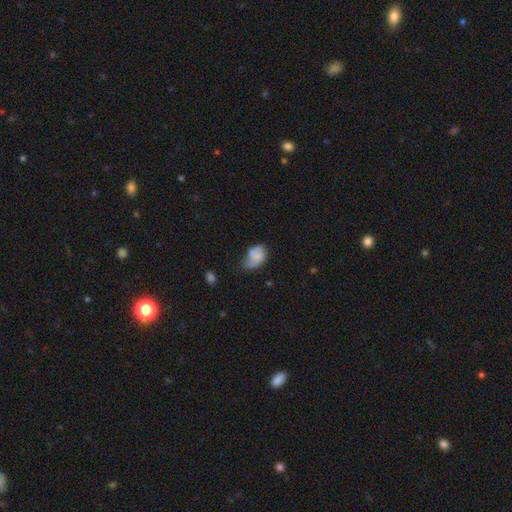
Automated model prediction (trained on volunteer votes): This is likely a smooth galaxy (60%). How rounded: clearly in between (81%). Merging: marginally minor disturbance (39%).